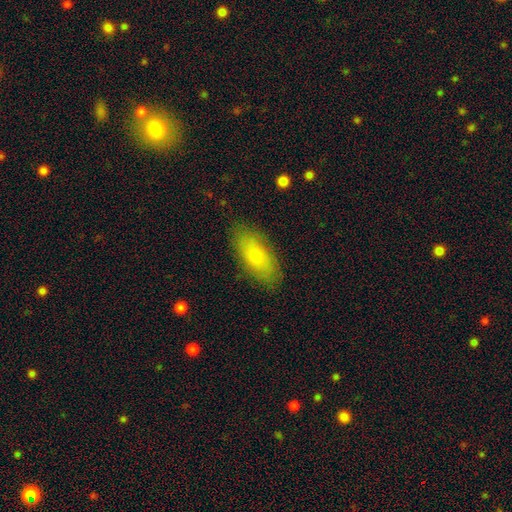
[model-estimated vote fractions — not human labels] The model was most divided on "smooth or featured": smooth: 74%, featured or disk: 19%, star or artifact: 7%. More confident: how rounded — in between (84%); merging — none (84%).